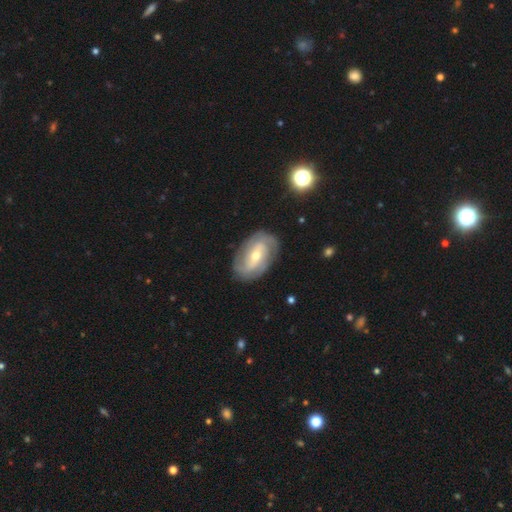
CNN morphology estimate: Q: Smooth or featured?
A: featured or disk (80%); runner-up: smooth (15%)
Q: Edge-on disk?
A: no (96%); runner-up: yes (4%)
Q: Bar?
A: weak (44%); runner-up: strong (28%)
Q: Spiral arms?
A: yes (91%); runner-up: no (9%)
Q: Spiral winding?
A: tight (53%); runner-up: medium (35%)
Q: Spiral arm count?
A: 2 (47%); runner-up: can't tell (22%)
Q: Bulge size?
A: moderate (57%); runner-up: small (39%)
Q: Merging?
A: none (82%); runner-up: minor disturbance (13%)